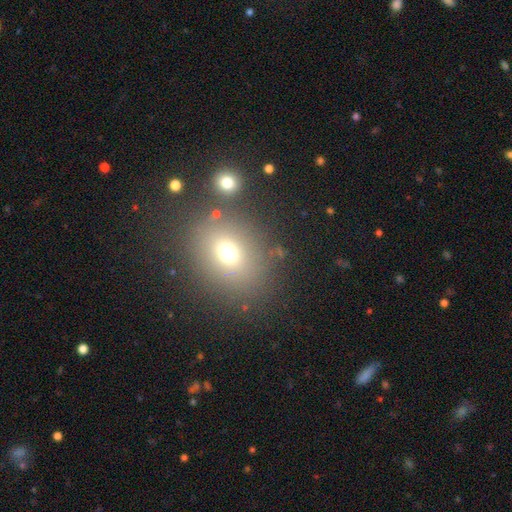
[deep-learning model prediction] Overall: smooth (63%; star or artifact 25%). How rounded: round (51%; in between 48%). Merging: none (79%).